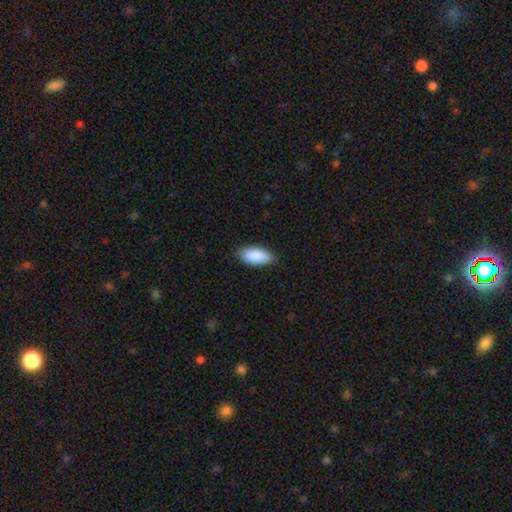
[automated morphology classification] Smooth or featured? smooth (89%)
How rounded? in between (91%)
Merging? none (81%)